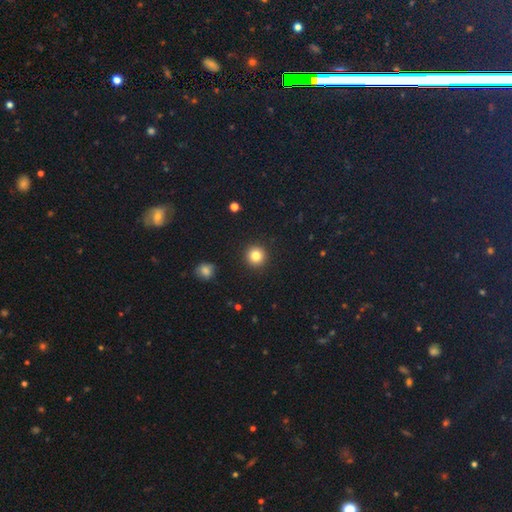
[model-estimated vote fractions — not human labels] A smooth galaxy with no disk features (83%) that is round (95%).

Vote fractions:
- Smooth or featured? smooth: 83% / star or artifact: 11% / featured or disk: 6%
- How rounded? round: 95% / in between: 4% / cigar-shaped: 1%
- Merging? none: 92% / minor disturbance: 5% / major disturbance: 2% / merger: 1%